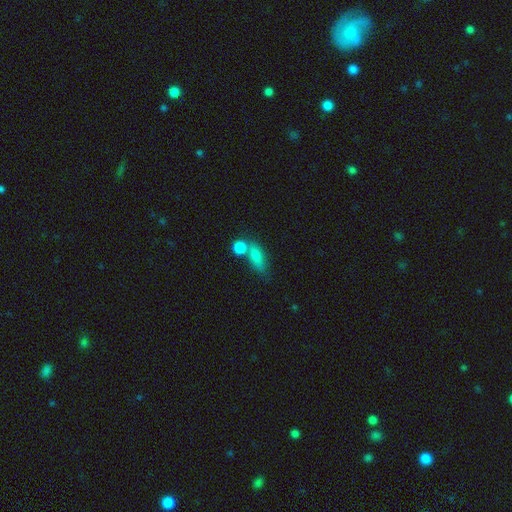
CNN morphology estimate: Smooth or featured? Predicted: smooth (p=0.79). How rounded? Predicted: in between (p=0.66). Merging? Predicted: none (p=0.42).